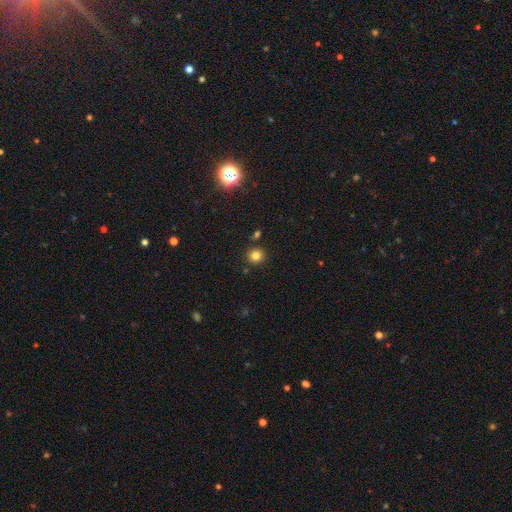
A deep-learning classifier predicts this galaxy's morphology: A smooth galaxy with no disk features (81%) that is round (91%). Merging: none (86%).